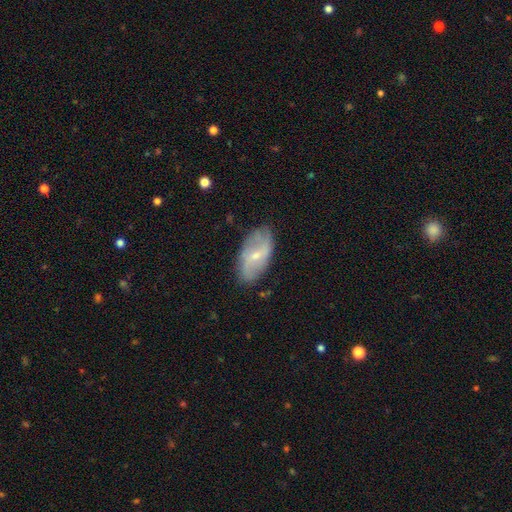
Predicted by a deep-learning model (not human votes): Overall: featured or disk (61%; smooth 32%). Edge-on disk: no (91%). Bar: weak (50%; no 27%). Spiral arms: yes (70%). Bulge size: small (66%; moderate 30%). Merging: none (76%).